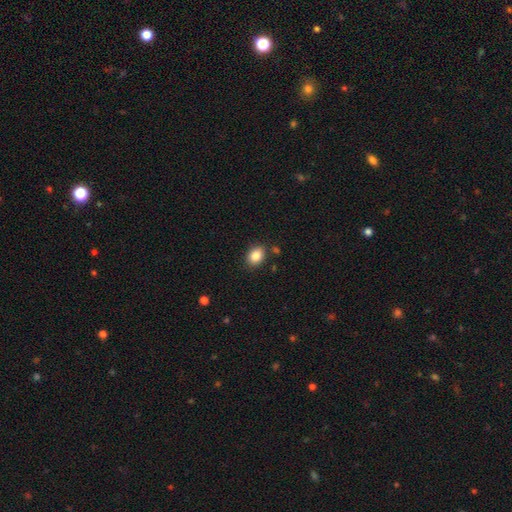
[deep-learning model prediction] Overall: smooth (86%). How rounded: in between (70%). Merging: none (83%).